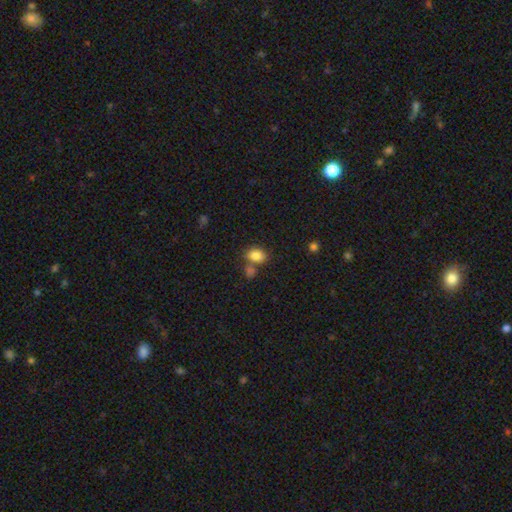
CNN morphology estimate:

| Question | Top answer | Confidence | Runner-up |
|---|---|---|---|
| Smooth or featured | smooth | 84% | star or artifact (9%) |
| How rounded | in between | 68% | round (31%) |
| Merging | none | 61% | merger (23%) |